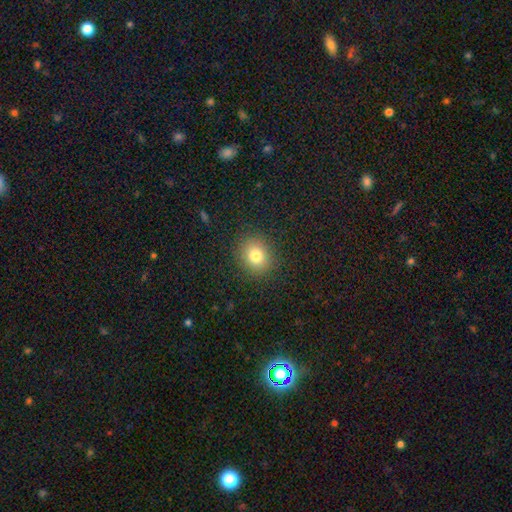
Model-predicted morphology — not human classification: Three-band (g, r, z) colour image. It shows a smooth galaxy with no disk features (80%) that is round (76%). Merging: none (89%).